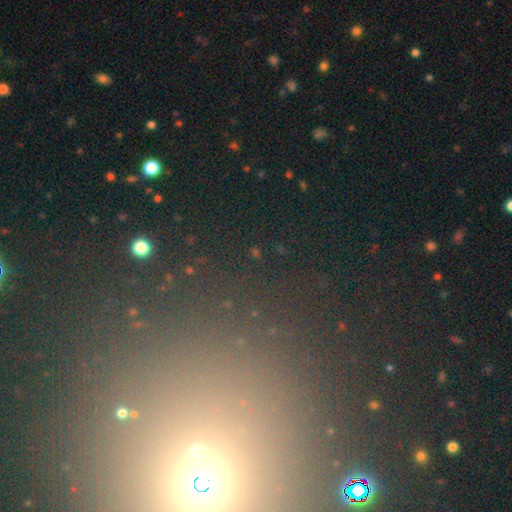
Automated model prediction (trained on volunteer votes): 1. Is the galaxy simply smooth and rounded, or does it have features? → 68% star or artifact, 20% smooth, 12% featured or disk.